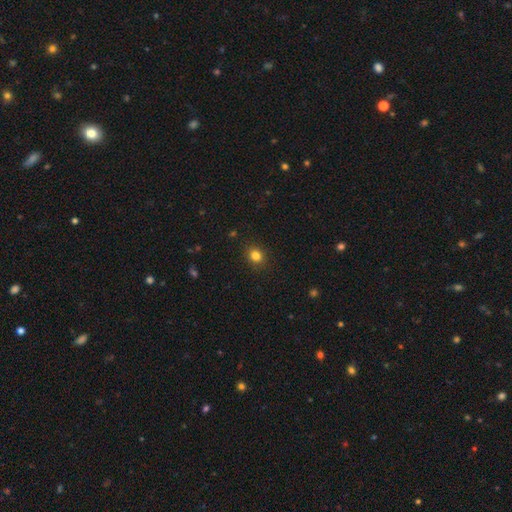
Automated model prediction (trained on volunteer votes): smooth 83%, star or artifact 12%, featured or disk 5%. Down the decision tree: how rounded — round (70%); merging — none (90%).